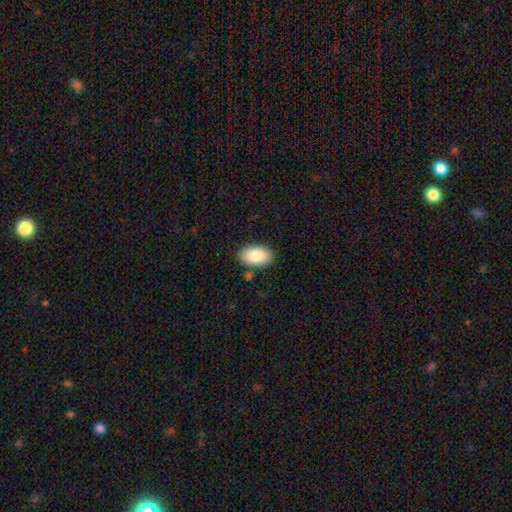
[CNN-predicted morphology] smooth-or-featured: smooth: 86% | featured or disk: 8% | star or artifact: 6%
  how-rounded: in between: 95% | round: 4% | cigar-shaped: 1%
  merging: none: 85% | minor disturbance: 10% | merger: 2% | major disturbance: 2%